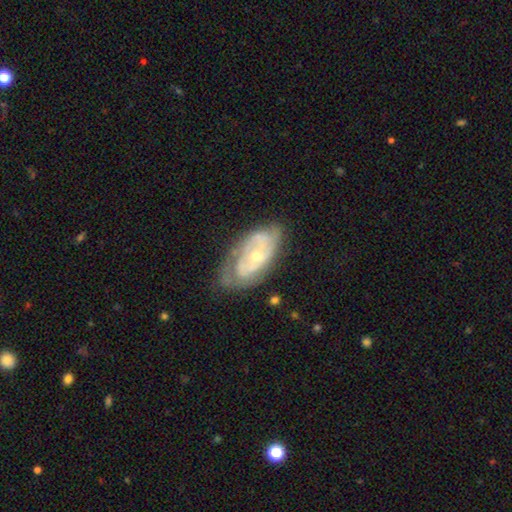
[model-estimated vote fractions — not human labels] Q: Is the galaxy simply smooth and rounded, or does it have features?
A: featured or disk — 77%.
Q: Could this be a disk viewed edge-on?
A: no — 94%.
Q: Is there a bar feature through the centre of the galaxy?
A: no — 69%.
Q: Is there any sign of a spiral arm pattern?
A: yes — 79%.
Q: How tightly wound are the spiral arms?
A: tight — 61%.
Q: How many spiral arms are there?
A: can't tell — 44%.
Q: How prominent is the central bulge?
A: small — 57%.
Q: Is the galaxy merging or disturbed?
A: none — 63%.